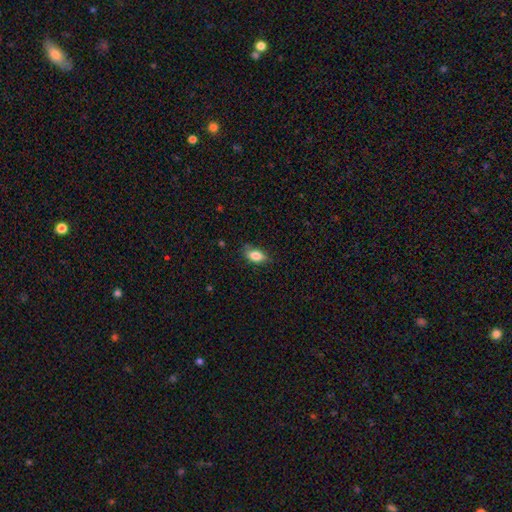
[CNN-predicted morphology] Smooth or featured: smooth — 83% (featured or disk — 9%)
How rounded: in between — 87% (round — 7%)
Merging: none — 73% (minor disturbance — 21%)